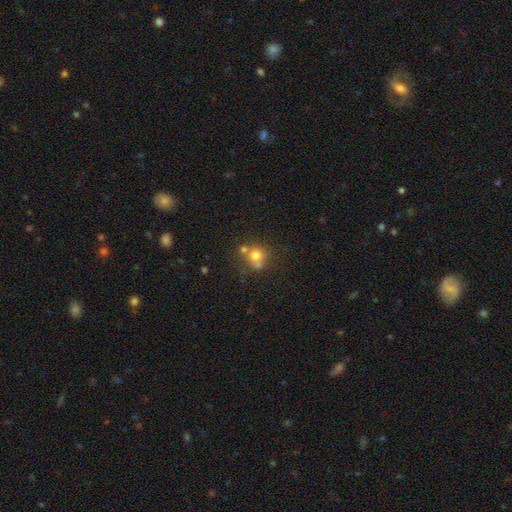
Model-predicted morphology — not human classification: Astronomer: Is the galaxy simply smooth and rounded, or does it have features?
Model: smooth — 71%.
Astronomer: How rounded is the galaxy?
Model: round — 83%.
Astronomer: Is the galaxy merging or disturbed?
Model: none — 48% (runner-up: merger, 33%).